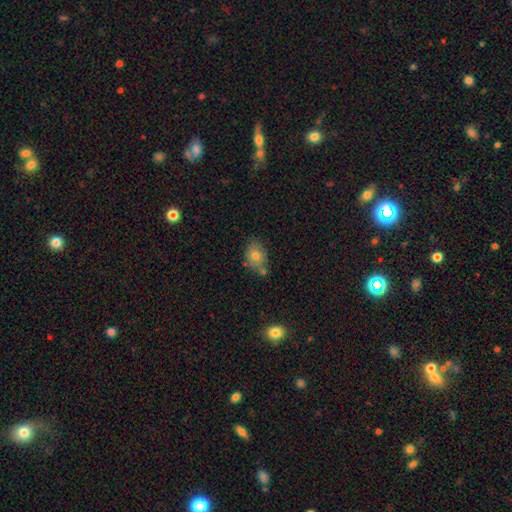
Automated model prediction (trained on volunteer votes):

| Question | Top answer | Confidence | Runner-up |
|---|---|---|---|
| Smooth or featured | smooth | 76% | featured or disk (15%) |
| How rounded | in between | 72% | round (27%) |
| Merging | none | 61% | minor disturbance (20%) |